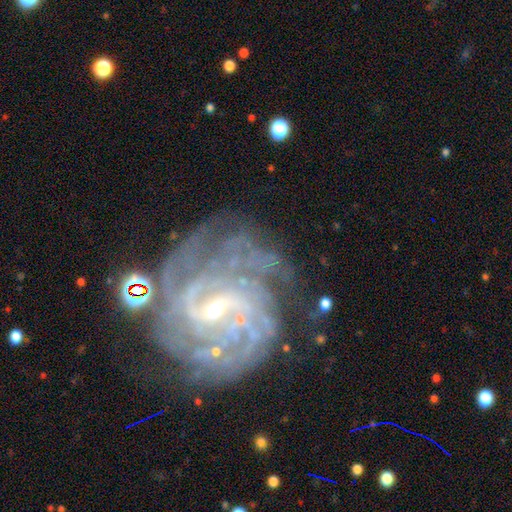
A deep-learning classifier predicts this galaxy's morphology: smooth_or_featured: featured or disk (p=0.89) [alt: star or artifact p=0.07]
disk_edge_on: no (p=0.98) [alt: yes p=0.02]
bar: weak (p=0.52) [alt: strong p=0.27]
has_spiral_arms: yes (p=0.97) [alt: no p=0.03]
spiral_winding: tight (p=0.71) [alt: medium p=0.24]
spiral_arm_count: can't tell (p=0.27) [alt: 4 p=0.23]
bulge_size: small (p=0.72) [alt: moderate p=0.23]
merging: none (p=0.68) [alt: minor disturbance p=0.18]